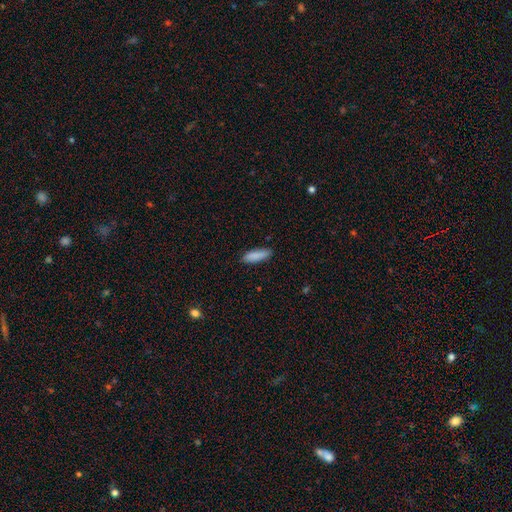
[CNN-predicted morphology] Smooth or featured? smooth (88%)
How rounded? cigar-shaped (50%)
Merging? none (86%)